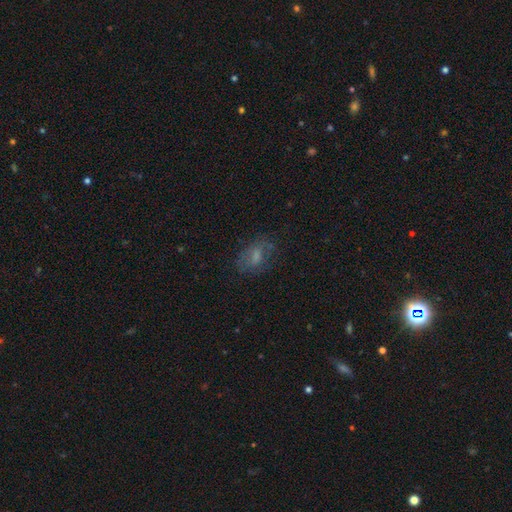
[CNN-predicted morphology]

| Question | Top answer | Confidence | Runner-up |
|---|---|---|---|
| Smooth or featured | smooth | 54% | featured or disk (33%) |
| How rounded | in between | 82% | round (15%) |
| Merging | none | 65% | minor disturbance (20%) |